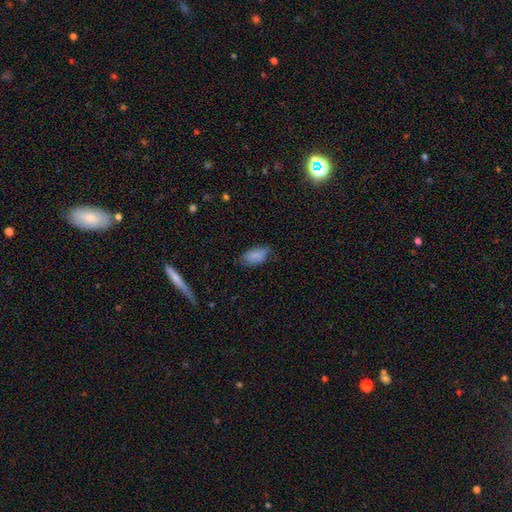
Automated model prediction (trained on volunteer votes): This is clearly a smooth galaxy (84%). How rounded: clearly in between (93%). Merging: likely none (65%).